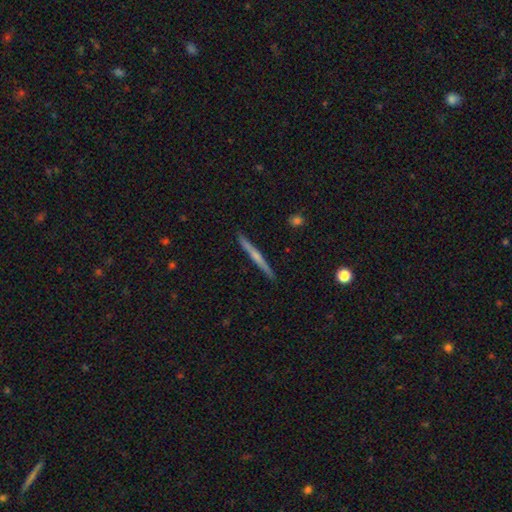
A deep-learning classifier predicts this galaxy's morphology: Smooth or featured? featured or disk (59%)
Edge-on disk? yes (98%)
Edge-on bulge? none (49%)
Merging? none (92%)